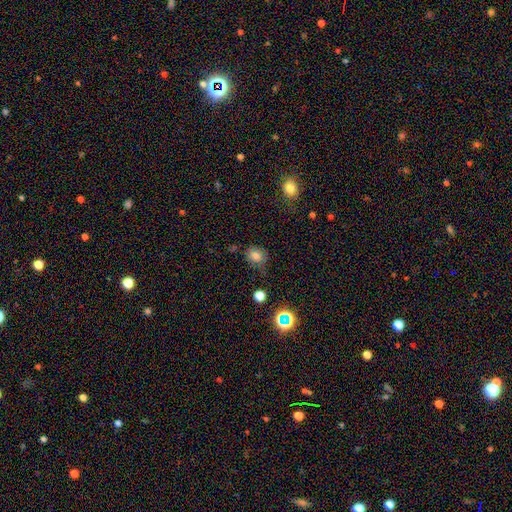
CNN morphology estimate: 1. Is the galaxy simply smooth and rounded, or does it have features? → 77% smooth, 14% star or artifact, 8% featured or disk.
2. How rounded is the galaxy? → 61% round, 38% in between, 1% cigar-shaped.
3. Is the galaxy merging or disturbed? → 63% none, 26% minor disturbance, 8% major disturbance, 3% merger.